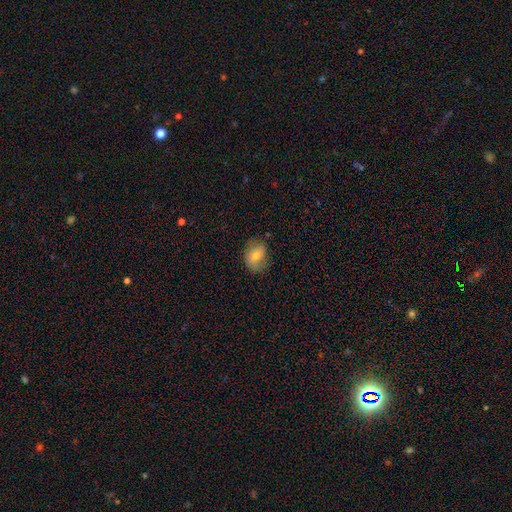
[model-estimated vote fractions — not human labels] smooth_or_featured: smooth (p=0.61) [alt: featured or disk p=0.28]
how_rounded: in between (p=0.61) [alt: round p=0.38]
merging: none (p=0.70) [alt: minor disturbance p=0.22]